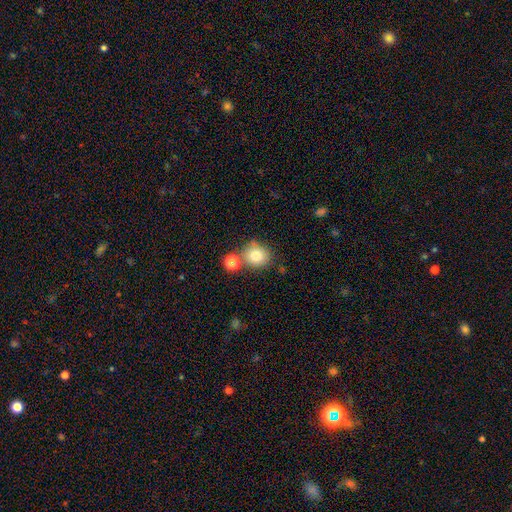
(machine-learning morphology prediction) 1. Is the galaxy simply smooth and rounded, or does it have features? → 79% smooth, 12% star or artifact, 10% featured or disk.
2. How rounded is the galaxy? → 79% round, 20% in between, 1% cigar-shaped.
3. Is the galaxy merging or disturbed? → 67% none, 17% merger, 12% minor disturbance, 4% major disturbance.